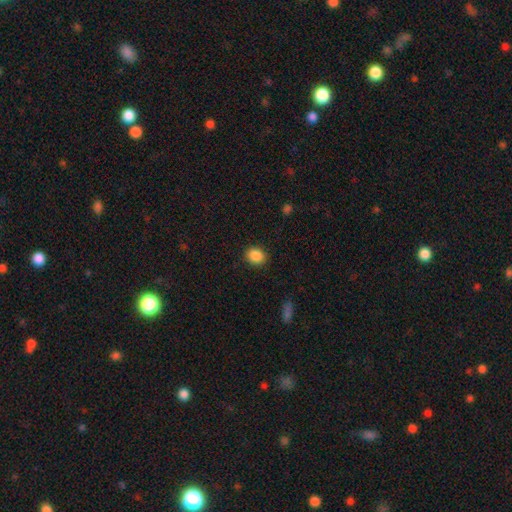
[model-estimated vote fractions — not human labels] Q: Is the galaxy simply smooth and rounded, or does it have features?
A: smooth — 88%.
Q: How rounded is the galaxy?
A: round — 63%.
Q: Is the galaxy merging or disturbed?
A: none — 89%.